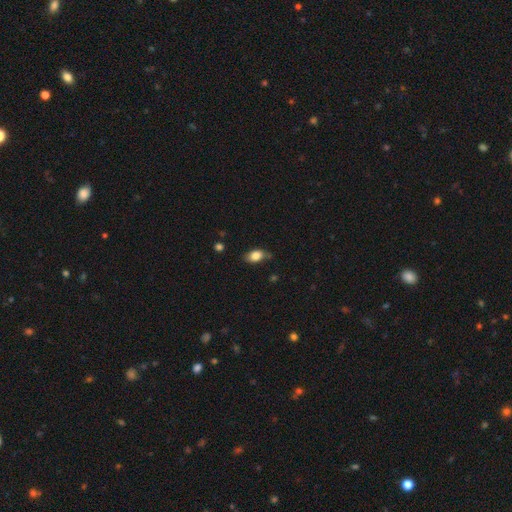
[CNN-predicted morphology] A smooth galaxy with no disk features (84%) that is in between round and cigar-shaped (86%).

Vote fractions:
- Smooth or featured? smooth: 84% / star or artifact: 8% / featured or disk: 8%
- How rounded? in between: 86% / round: 12% / cigar-shaped: 2%
- Merging? none: 73% / minor disturbance: 21% / major disturbance: 4% / merger: 2%